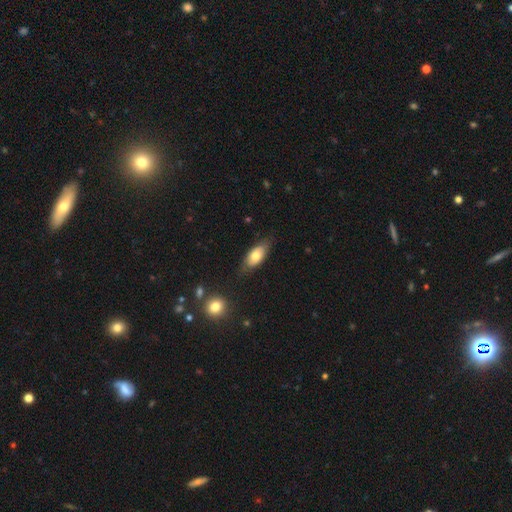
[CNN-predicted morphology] Smooth or featured: smooth — 68% (featured or disk — 25%)
How rounded: in between — 85% (cigar-shaped — 12%)
Merging: none — 74% (minor disturbance — 20%)